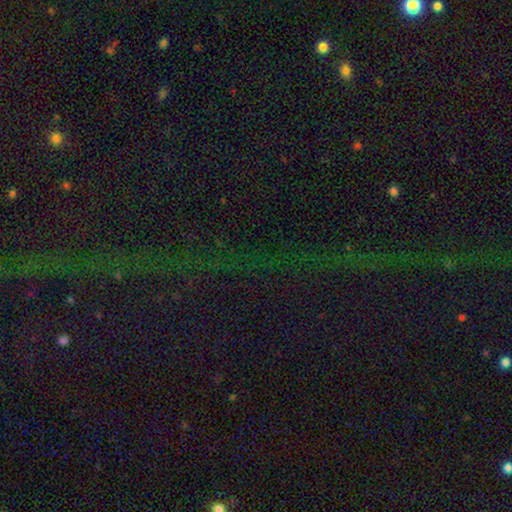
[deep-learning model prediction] smooth-or-featured: star or artifact: 78% | smooth: 11% | featured or disk: 10%